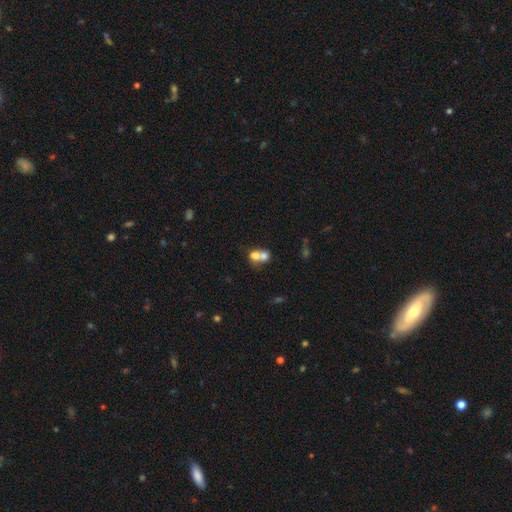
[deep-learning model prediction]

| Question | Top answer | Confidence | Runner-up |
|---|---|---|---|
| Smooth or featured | smooth | 69% | featured or disk (20%) |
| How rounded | round | 56% | in between (43%) |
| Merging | merger | 72% | none (19%) |